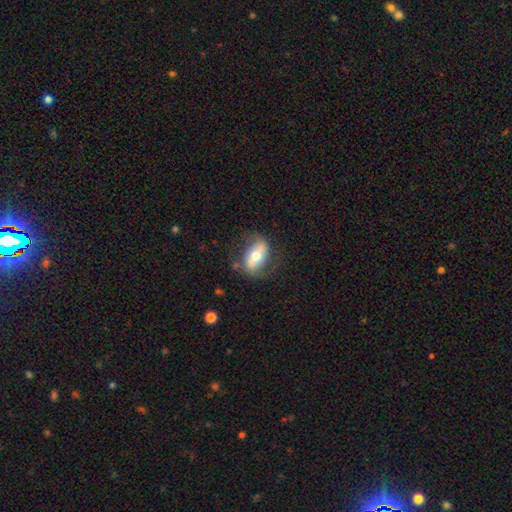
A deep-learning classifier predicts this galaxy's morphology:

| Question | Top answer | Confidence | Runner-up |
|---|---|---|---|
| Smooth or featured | smooth | 49% | featured or disk (44%) |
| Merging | none | 69% | minor disturbance (20%) |